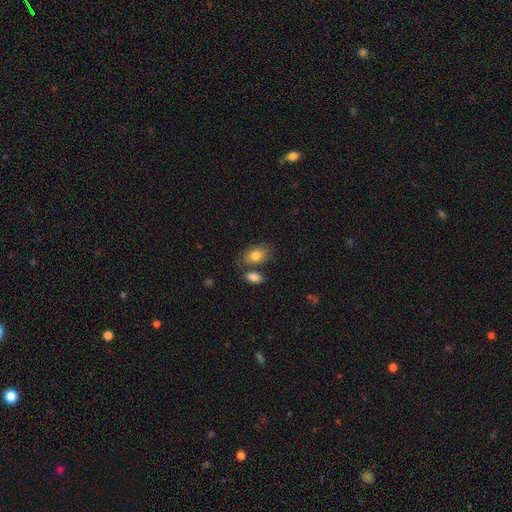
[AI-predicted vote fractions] smooth-or-featured: smooth: 81% | featured or disk: 12% | star or artifact: 7%
  how-rounded: in between: 89% | round: 9% | cigar-shaped: 2%
  merging: none: 61% | merger: 20% | minor disturbance: 15% | major disturbance: 4%